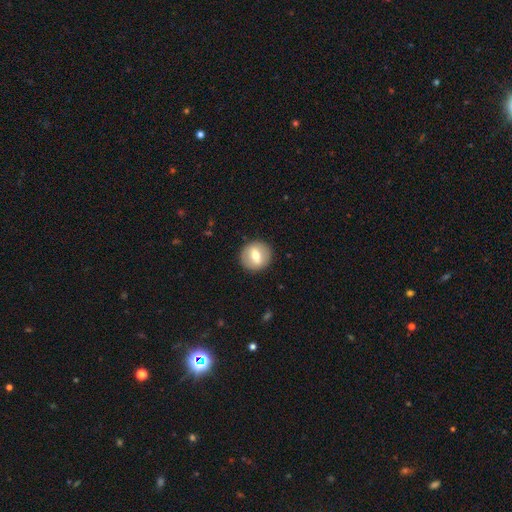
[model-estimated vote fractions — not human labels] Smooth or featured? smooth (58%)
How rounded? round (87%)
Merging? none (90%)